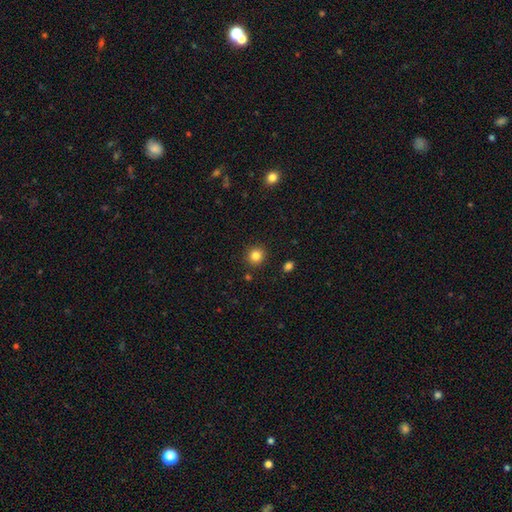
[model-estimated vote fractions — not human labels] A smooth galaxy with no disk features (84%) that is round (91%).

Vote fractions:
- Smooth or featured? smooth: 84% / star or artifact: 12% / featured or disk: 5%
- How rounded? round: 91% / in between: 8% / cigar-shaped: 1%
- Merging? none: 90% / minor disturbance: 6% / merger: 2% / major disturbance: 2%